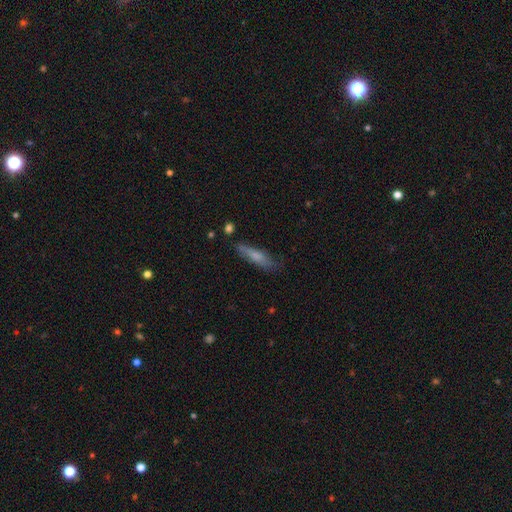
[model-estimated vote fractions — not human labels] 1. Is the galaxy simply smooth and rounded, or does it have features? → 66% smooth, 27% featured or disk, 7% star or artifact.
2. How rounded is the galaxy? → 74% cigar-shaped, 24% in between, 2% round.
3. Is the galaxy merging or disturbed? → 67% none, 24% minor disturbance, 6% major disturbance, 3% merger.